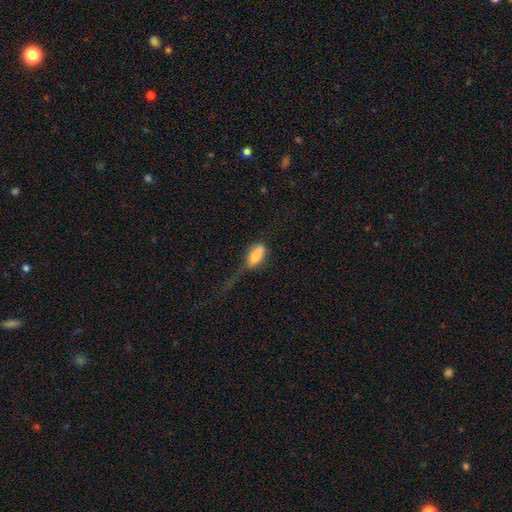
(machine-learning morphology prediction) Smooth or featured?
  - smooth: 75% *
  - featured or disk: 17%
  - star or artifact: 9%
How rounded?
  - in between: 79% *
  - cigar-shaped: 17%
  - round: 5%
Merging?
  - major disturbance: 49% *
  - minor disturbance: 26%
  - none: 19%
  - merger: 6%